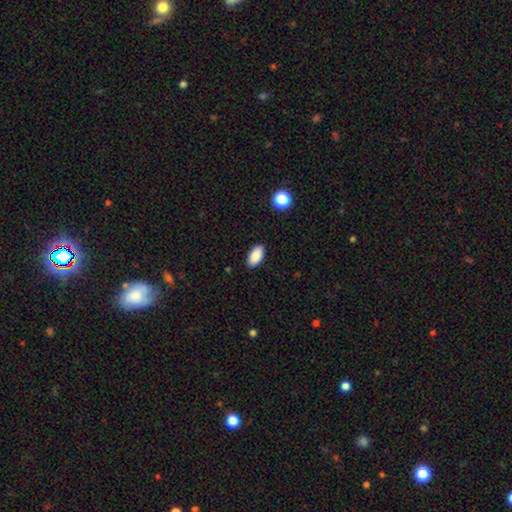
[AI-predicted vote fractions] A smooth galaxy with no disk features (89%) that is in between round and cigar-shaped (94%). Merging: none (89%).